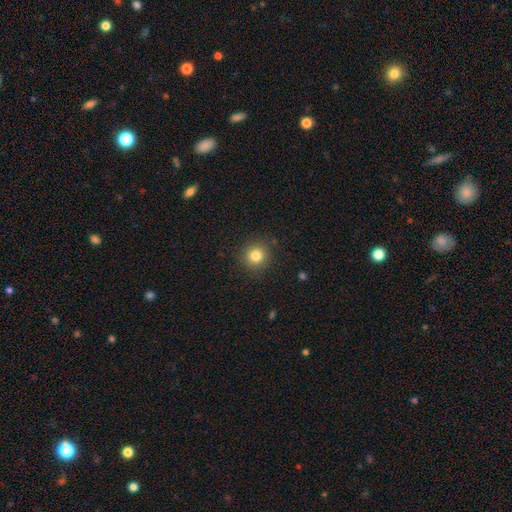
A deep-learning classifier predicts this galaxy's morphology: Q: Smooth or featured?
A: smooth (82%); runner-up: star or artifact (12%)
Q: How rounded?
A: round (94%); runner-up: in between (5%)
Q: Merging?
A: none (89%); runner-up: minor disturbance (7%)